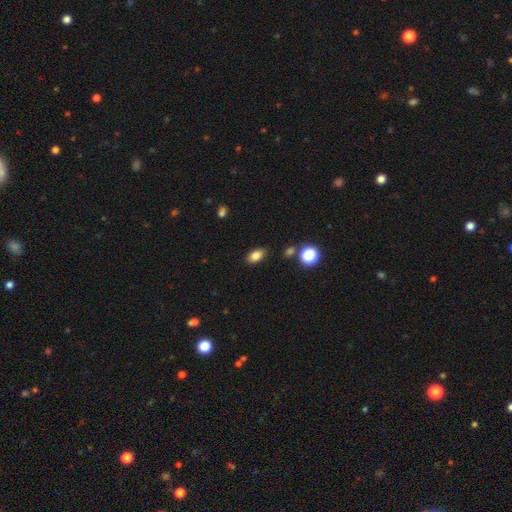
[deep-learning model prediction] A smooth galaxy with no disk features (83%) that is in between round and cigar-shaped (87%). Merging: none (86%).